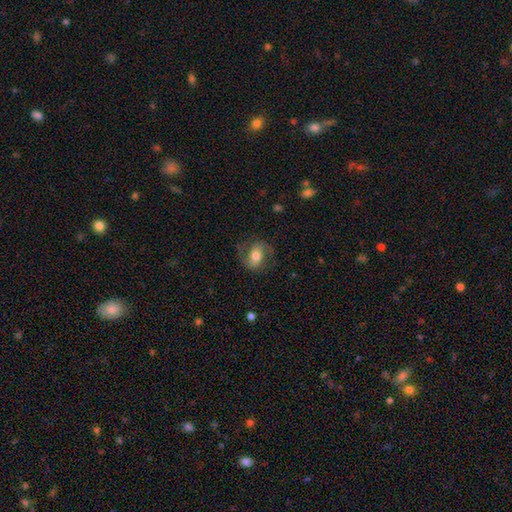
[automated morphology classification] type=smooth (47%); merging=none (71%).